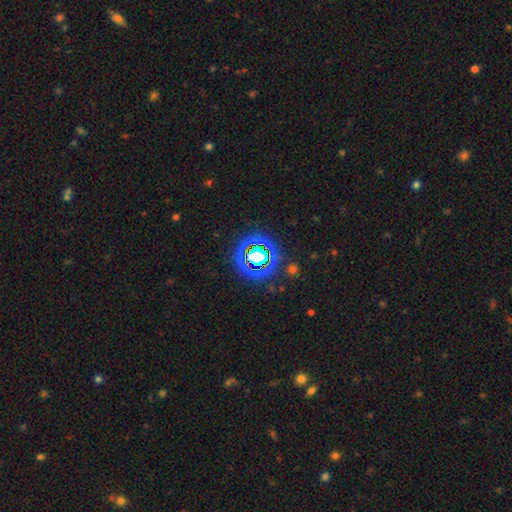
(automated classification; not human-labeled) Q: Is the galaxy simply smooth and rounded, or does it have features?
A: star or artifact — 66%.